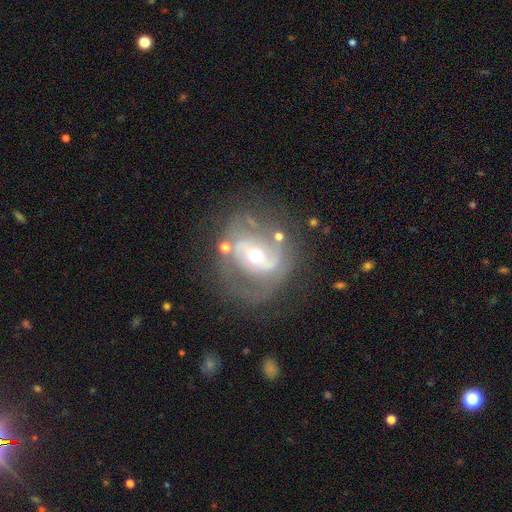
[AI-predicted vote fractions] Smooth or featured: featured or disk — 81% (smooth — 12%)
Edge-on disk: no — 97% (yes — 3%)
Bar: weak — 40% (no — 32%)
Spiral arms: yes — 82% (no — 18%)
Spiral winding: medium — 44% (tight — 34%)
Spiral arm count: 2 — 70% (can't tell — 15%)
Bulge size: moderate — 68% (small — 23%)
Merging: none — 61% (minor disturbance — 19%)